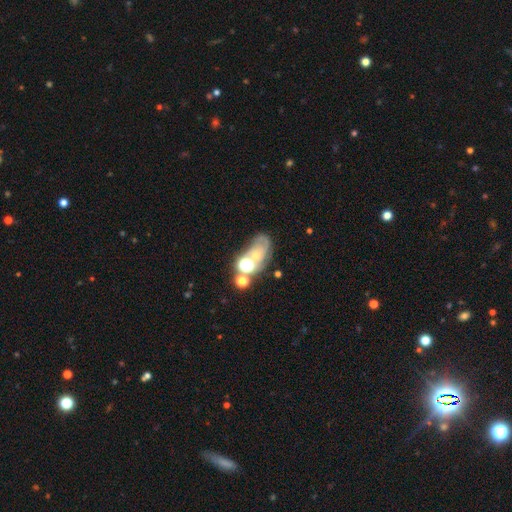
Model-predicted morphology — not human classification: The model was most divided on "smooth or featured": featured or disk: 39%, star or artifact: 32%, smooth: 29%. Remaining: merging — none (46%).